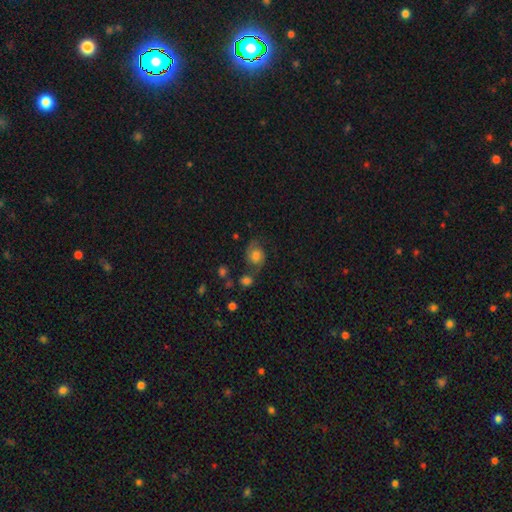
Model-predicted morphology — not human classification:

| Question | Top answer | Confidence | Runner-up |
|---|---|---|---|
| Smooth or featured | featured or disk | 45% | smooth (44%) |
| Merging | none | 58% | minor disturbance (21%) |